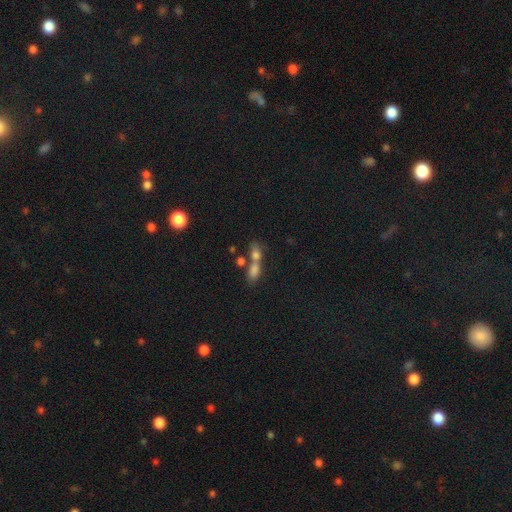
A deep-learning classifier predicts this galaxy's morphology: smooth_or_featured: smooth (p=0.71) [alt: featured or disk p=0.15]
how_rounded: in between (p=0.70) [alt: round p=0.18]
merging: merger (p=0.57) [alt: none p=0.28]